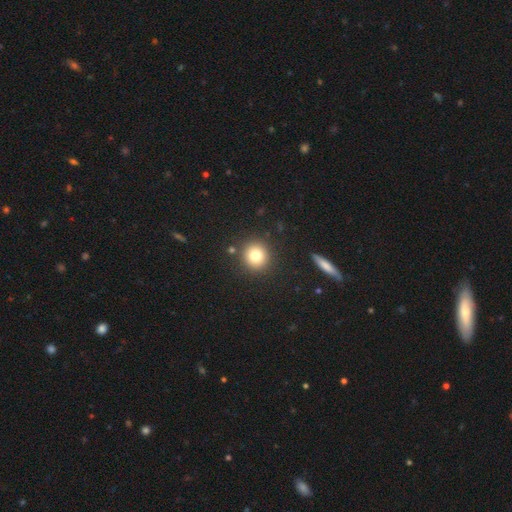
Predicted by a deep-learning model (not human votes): Smooth or featured? Predicted: smooth (p=0.78). How rounded? Predicted: round (p=0.92). Merging? Predicted: none (p=0.89).